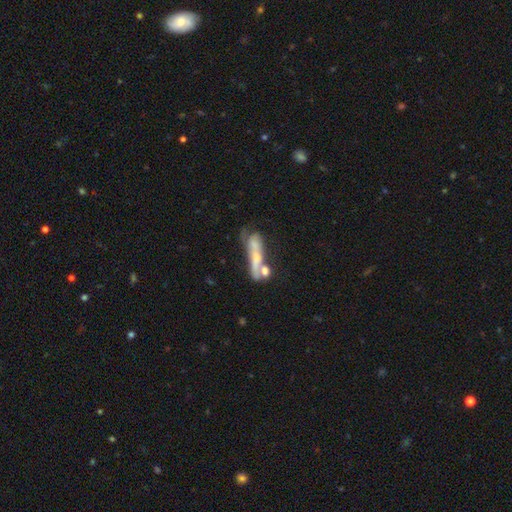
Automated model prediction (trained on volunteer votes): This is possibly a featured or disk galaxy (46%). Merging: marginally merger (40%).